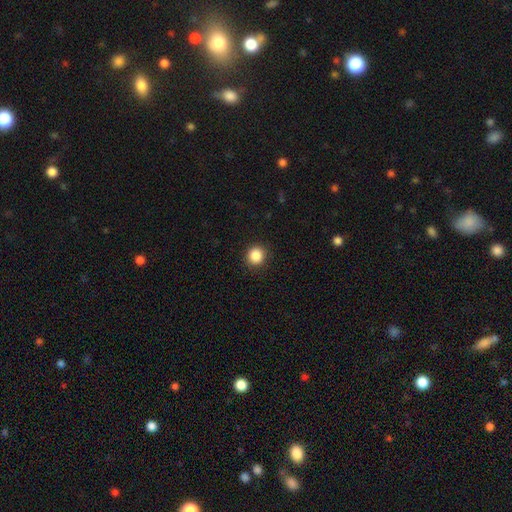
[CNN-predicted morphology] This is clearly a smooth galaxy (88%). How rounded: clearly round (91%). Merging: clearly none (91%).